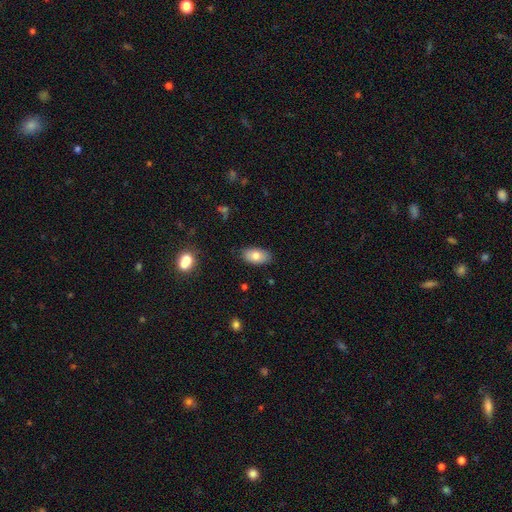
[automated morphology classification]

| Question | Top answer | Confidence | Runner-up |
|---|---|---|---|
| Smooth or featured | smooth | 78% | featured or disk (14%) |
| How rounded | in between | 93% | round (4%) |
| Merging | none | 85% | minor disturbance (11%) |